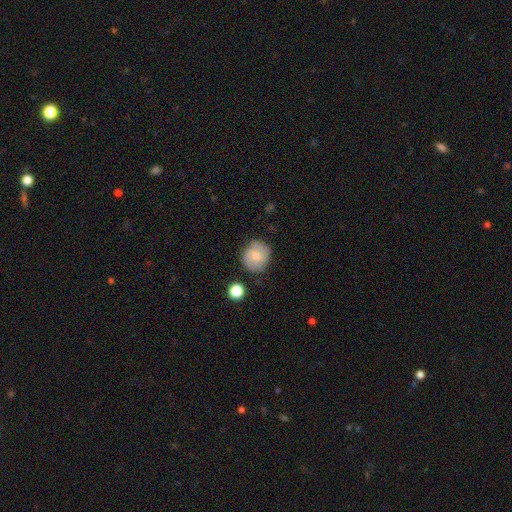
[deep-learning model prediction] Overall: smooth (69%). How rounded: round (82%). Merging: none (76%).